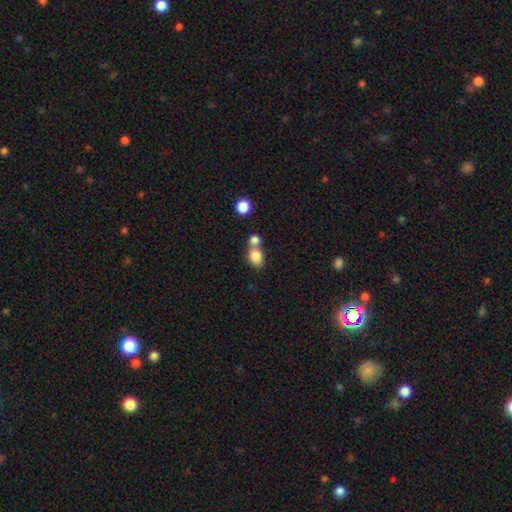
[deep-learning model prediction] smooth-or-featured: smooth: 83% | star or artifact: 9% | featured or disk: 8%
  how-rounded: in between: 50% | round: 48% | cigar-shaped: 1%
  merging: merger: 48% | none: 40% | minor disturbance: 8% | major disturbance: 4%